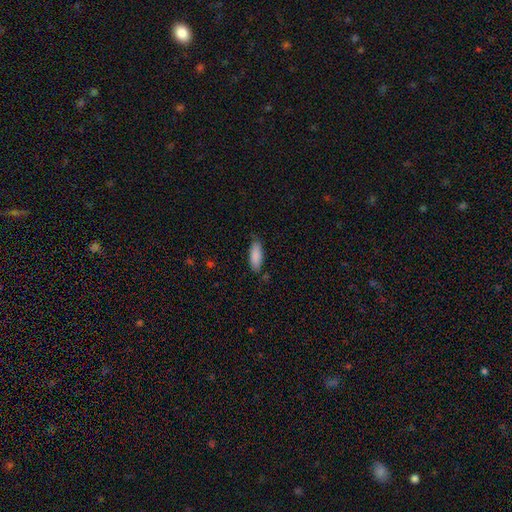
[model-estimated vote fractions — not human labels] Q: Smooth or featured?
A: smooth (88%); runner-up: featured or disk (6%)
Q: How rounded?
A: in between (70%); runner-up: cigar-shaped (28%)
Q: Merging?
A: none (76%); runner-up: minor disturbance (19%)